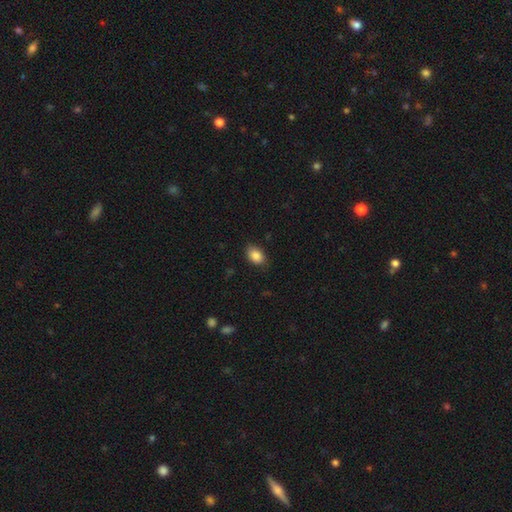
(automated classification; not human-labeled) This is clearly a smooth galaxy (86%). How rounded: clearly in between (84%). Merging: clearly none (84%).